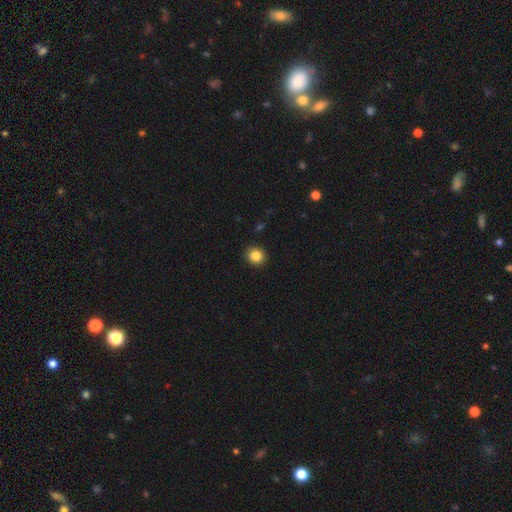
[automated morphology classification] type=smooth (85%); roundness=round (82%); merging=none (91%).